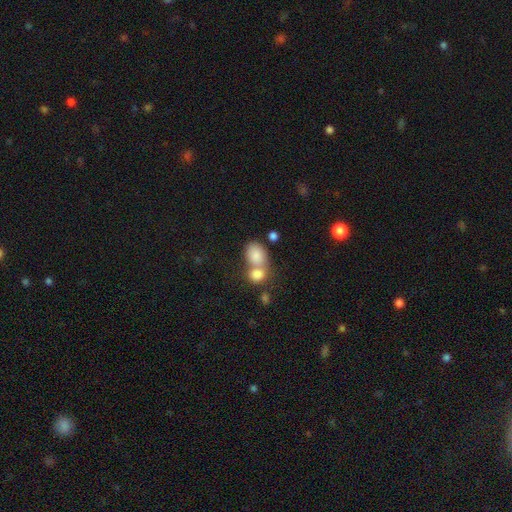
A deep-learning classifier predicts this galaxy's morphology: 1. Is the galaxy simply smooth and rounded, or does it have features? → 82% smooth, 9% featured or disk, 8% star or artifact.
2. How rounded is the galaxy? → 67% in between, 31% round, 1% cigar-shaped.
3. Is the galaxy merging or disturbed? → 55% merger, 31% none, 9% minor disturbance, 4% major disturbance.